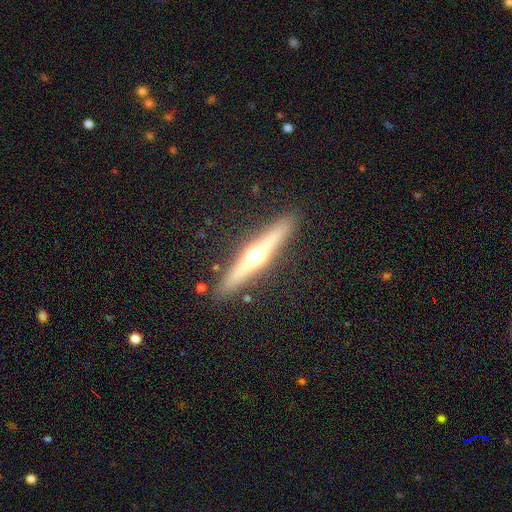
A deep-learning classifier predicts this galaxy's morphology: Smooth or featured?
  - featured or disk: 67% *
  - smooth: 26%
  - star or artifact: 7%
Edge-on disk?
  - yes: 96% *
  - no: 4%
Edge-on bulge?
  - rounded: 94% *
  - none: 3%
  - boxy: 3%
Merging?
  - none: 89% *
  - minor disturbance: 8%
  - major disturbance: 2%
  - merger: 2%